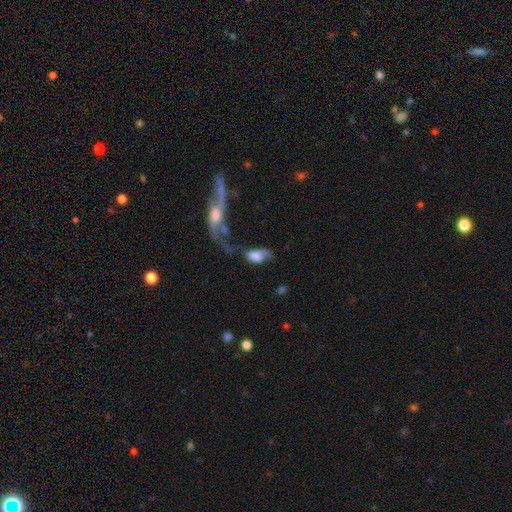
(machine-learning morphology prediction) The model was most divided on "merging": merger: 32%, major disturbance: 28%, none: 22%, minor disturbance: 18%. More confident: how rounded — in between (90%); smooth or featured — smooth (63%).